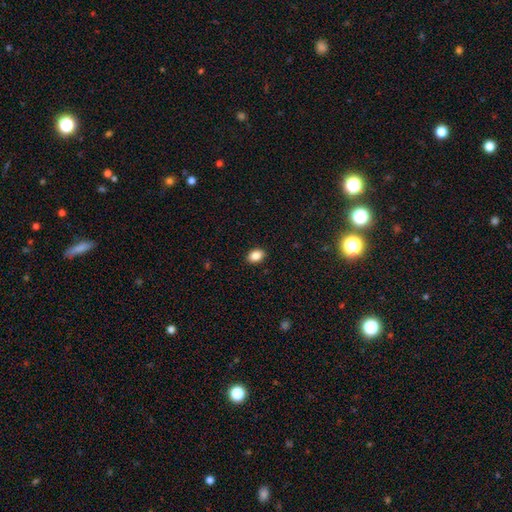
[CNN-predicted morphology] Overall: smooth (87%). How rounded: in between (77%). Merging: none (90%).